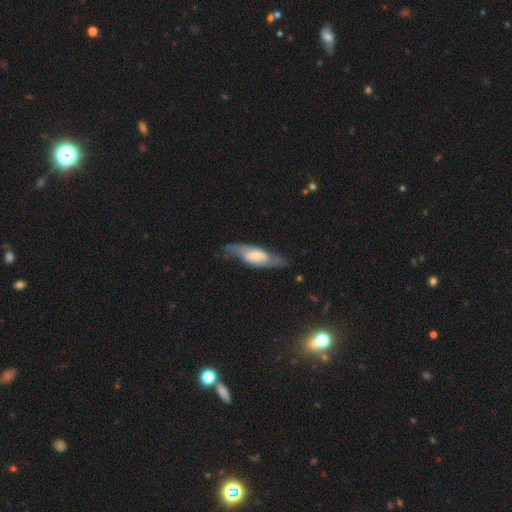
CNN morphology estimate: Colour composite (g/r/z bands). It shows a featured or disk galaxy (61%). Merging: none (65%).